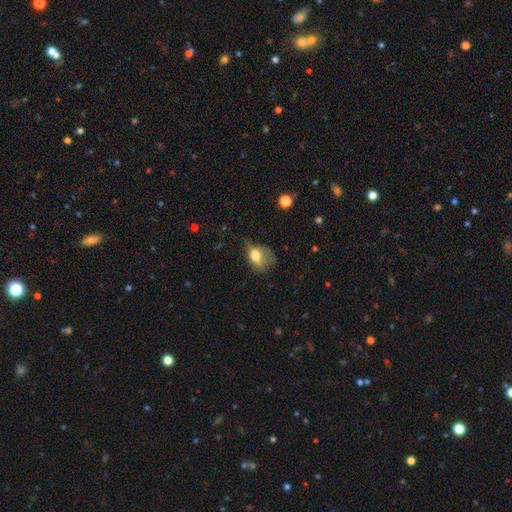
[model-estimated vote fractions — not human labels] Morphology: type=smooth (72%); roundness=in between (71%); merging=major disturbance (37%).